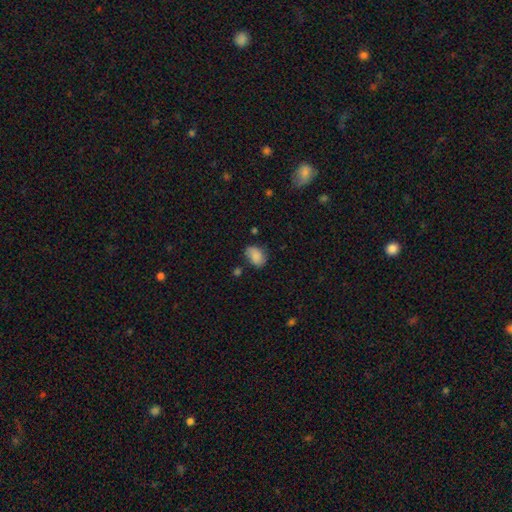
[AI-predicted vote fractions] The model was most divided on "merging": none: 65%, minor disturbance: 25%, major disturbance: 6%, merger: 3%. More confident: smooth or featured — smooth (82%); how rounded — in between (78%).